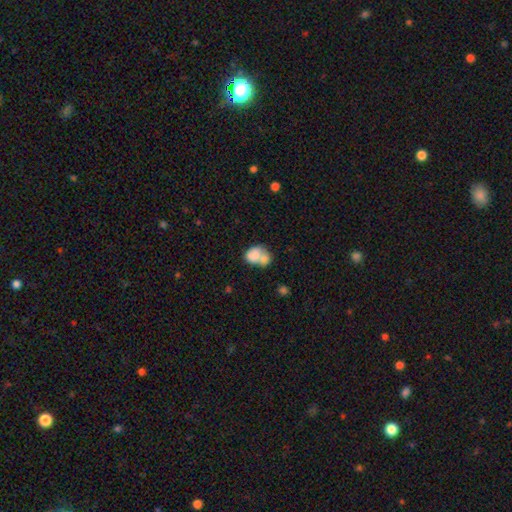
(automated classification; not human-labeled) Smooth or featured? Predicted: smooth (p=0.73). How rounded? Predicted: in between (p=0.58). Merging? Predicted: merger (p=0.63).